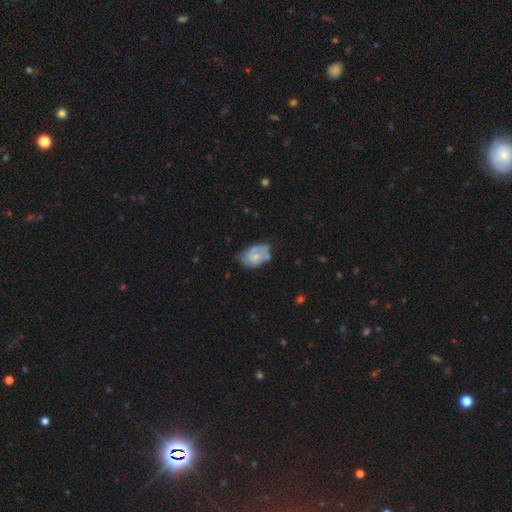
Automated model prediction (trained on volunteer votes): Overall: smooth (54%; featured or disk 39%). How rounded: in between (85%). Merging: none (44%; minor disturbance 34%).